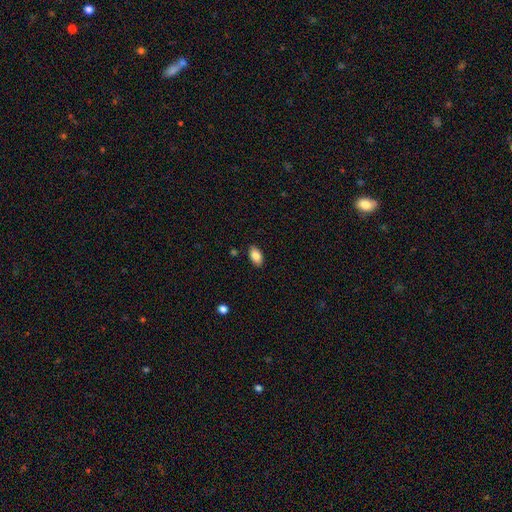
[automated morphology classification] A smooth galaxy with no disk features (86%) that is in between round and cigar-shaped (93%). Merging: none (87%).